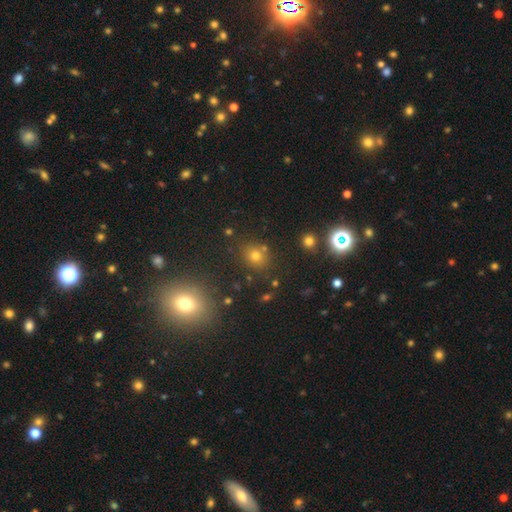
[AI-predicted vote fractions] A smooth galaxy with no disk features (64%) that is round (71%). Merging: none (80%).